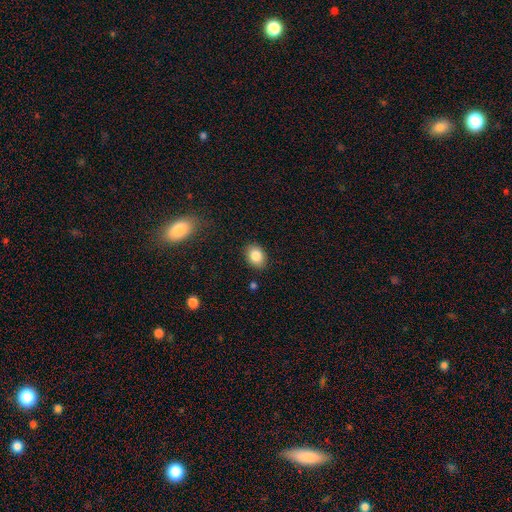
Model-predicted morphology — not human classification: Smooth or featured?
  - smooth: 85% *
  - star or artifact: 9%
  - featured or disk: 7%
How rounded?
  - in between: 70% *
  - round: 29%
  - cigar-shaped: 1%
Merging?
  - none: 87% *
  - minor disturbance: 10%
  - major disturbance: 2%
  - merger: 2%